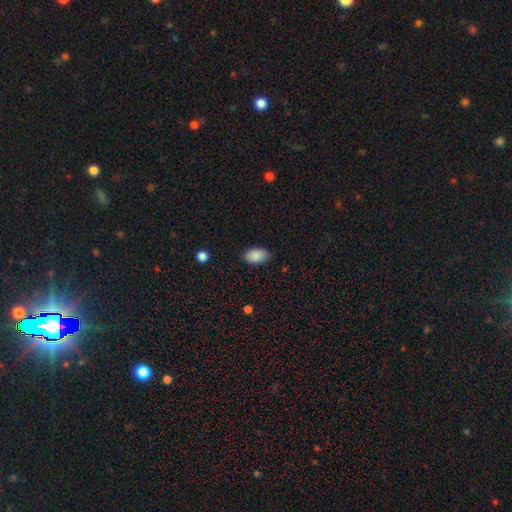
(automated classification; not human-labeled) Smooth or featured? Predicted: smooth (p=0.89). How rounded? Predicted: in between (p=0.93). Merging? Predicted: none (p=0.87).